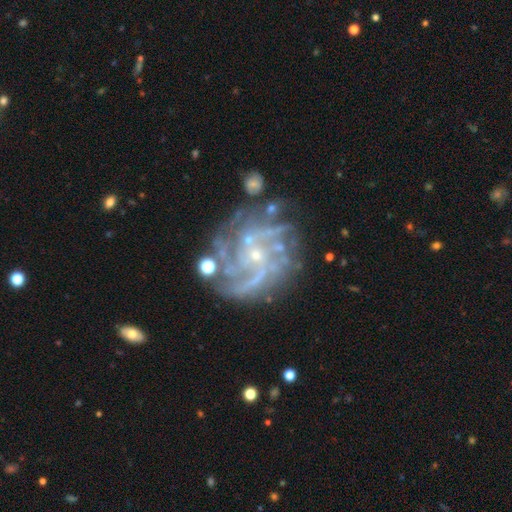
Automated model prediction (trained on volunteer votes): Smooth or featured? Predicted: featured or disk (p=0.86). Edge-on disk? Predicted: no (p=0.98). Bar? Predicted: no (p=0.68). Spiral arms? Predicted: yes (p=0.95). Spiral winding? Predicted: medium (p=0.42, tied with tight). Spiral arm count? Predicted: 4 (p=0.24). Bulge size? Predicted: small (p=0.80). Merging? Predicted: none (p=0.64).